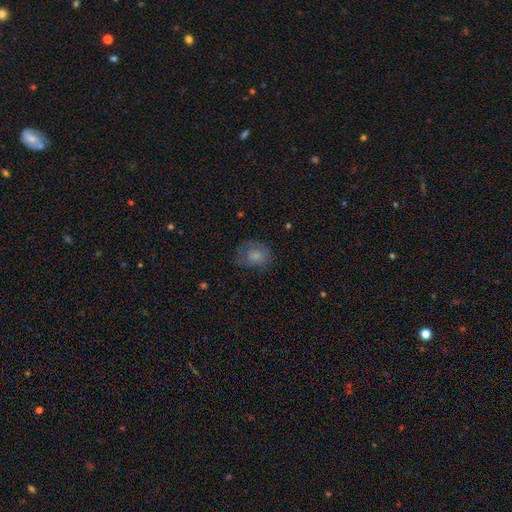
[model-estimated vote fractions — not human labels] smooth 76%, featured or disk 14%, star or artifact 10%. Down the decision tree: how rounded — round (51%); merging — none (53%).